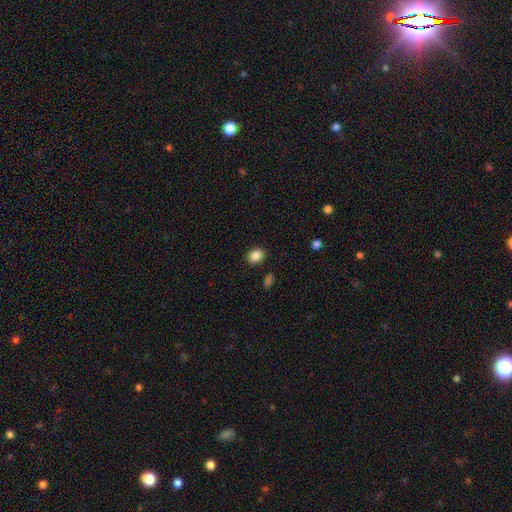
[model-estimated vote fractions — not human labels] Smooth or featured?
  - smooth: 86% *
  - star or artifact: 9%
  - featured or disk: 4%
How rounded?
  - round: 55% *
  - in between: 44%
  - cigar-shaped: 1%
Merging?
  - none: 89% *
  - minor disturbance: 7%
  - major disturbance: 2%
  - merger: 2%